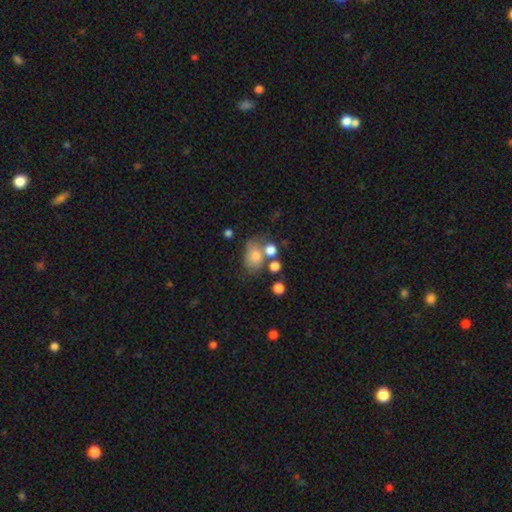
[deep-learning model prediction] smooth-or-featured: smooth: 73% | featured or disk: 14% | star or artifact: 13%
  how-rounded: in between: 66% | round: 32% | cigar-shaped: 1%
  merging: none: 45% | merger: 25% | minor disturbance: 19% | major disturbance: 11%